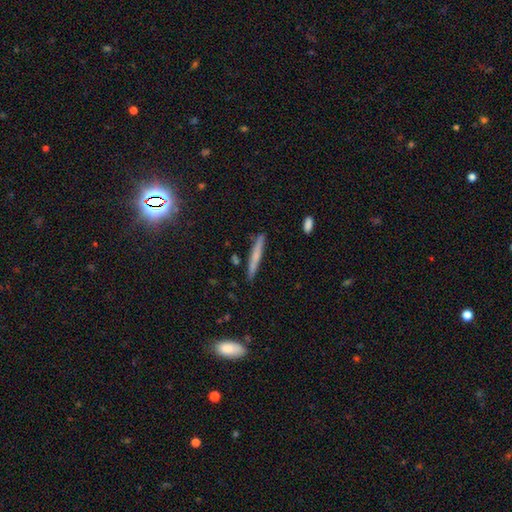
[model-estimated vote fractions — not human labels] smooth-or-featured: smooth: 55% | featured or disk: 37% | star or artifact: 8%
  how-rounded: cigar-shaped: 95% | in between: 3% | round: 2%
  merging: none: 88% | minor disturbance: 9% | merger: 2% | major disturbance: 2%